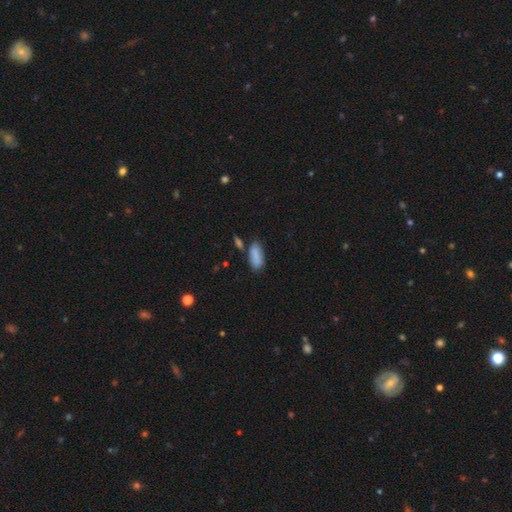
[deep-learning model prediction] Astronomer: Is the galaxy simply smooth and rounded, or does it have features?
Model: smooth — 84%.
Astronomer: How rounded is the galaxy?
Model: in between — 86%.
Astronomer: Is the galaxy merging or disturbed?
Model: none — 66%.